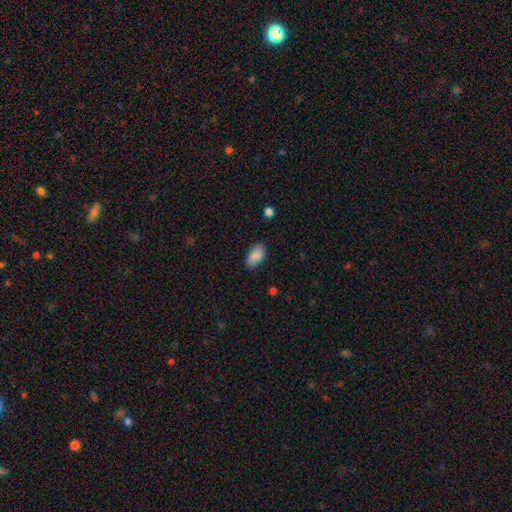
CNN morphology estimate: smooth 85%, featured or disk 8%, star or artifact 7%. Down the decision tree: how rounded — in between (94%); merging — none (81%).